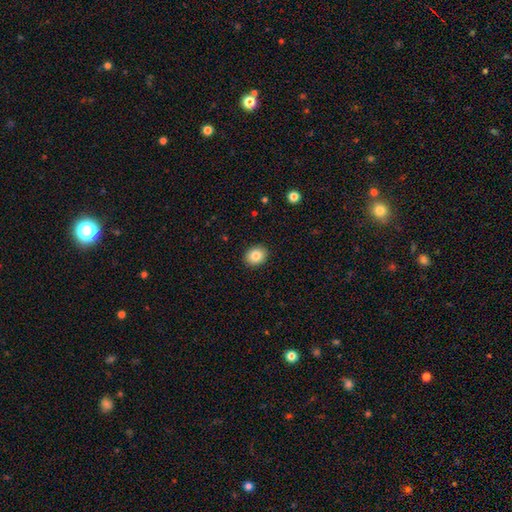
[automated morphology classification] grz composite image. It shows a smooth galaxy with no disk features (84%) that is round (52%). Merging: none (91%).